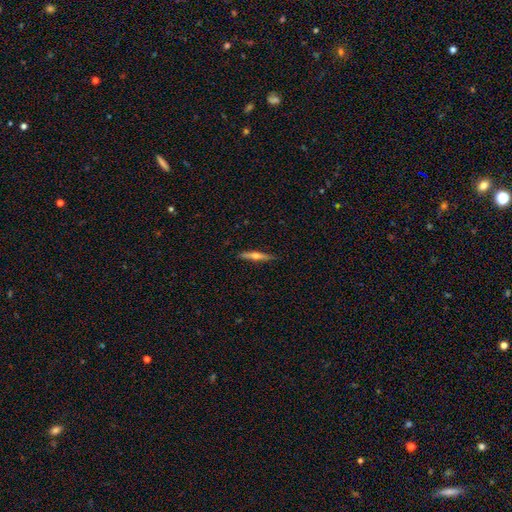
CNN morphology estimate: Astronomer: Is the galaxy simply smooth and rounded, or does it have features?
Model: featured or disk — 55% (runner-up: smooth, 39%).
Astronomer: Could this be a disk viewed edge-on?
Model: yes — 96%.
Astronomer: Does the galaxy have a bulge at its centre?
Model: rounded — 88%.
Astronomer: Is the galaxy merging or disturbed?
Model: none — 89%.